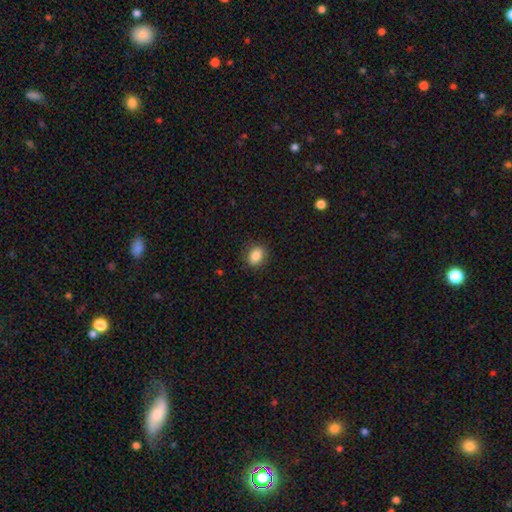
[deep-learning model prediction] Q: Smooth or featured?
A: smooth (86%); runner-up: star or artifact (9%)
Q: How rounded?
A: in between (62%); runner-up: round (37%)
Q: Merging?
A: none (87%); runner-up: minor disturbance (10%)